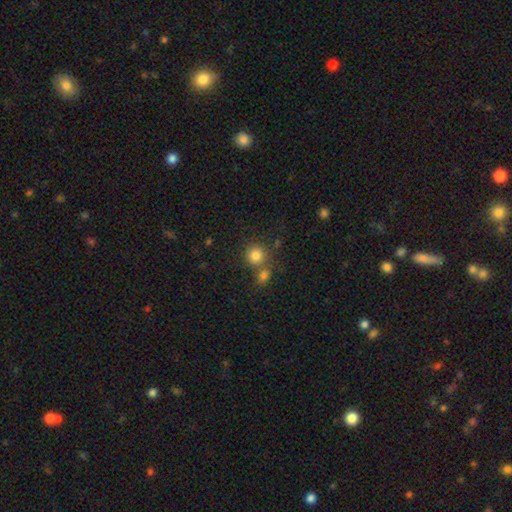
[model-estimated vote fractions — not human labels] This is clearly a smooth galaxy (81%). How rounded: clearly round (89%). Merging: possibly none (58%).